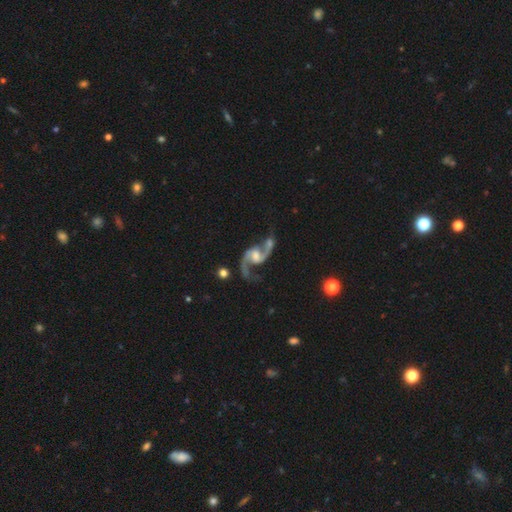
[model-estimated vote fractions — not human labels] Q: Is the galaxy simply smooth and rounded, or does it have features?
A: featured or disk — 92%.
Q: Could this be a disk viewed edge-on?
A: no — 98%.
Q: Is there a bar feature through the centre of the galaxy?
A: weak — 47%.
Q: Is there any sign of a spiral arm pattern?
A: yes — 98%.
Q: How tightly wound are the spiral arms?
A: loose — 63%.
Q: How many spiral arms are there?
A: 2 — 94%.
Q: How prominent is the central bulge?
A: moderate — 43%.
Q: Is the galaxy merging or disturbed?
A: none — 59%.